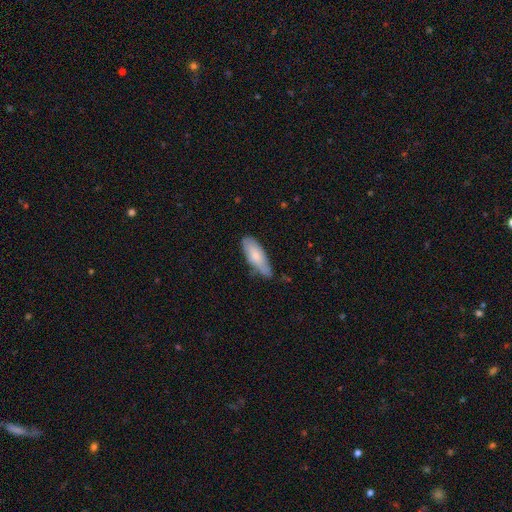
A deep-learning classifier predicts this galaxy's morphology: Smooth or featured?
  - smooth: 74% *
  - featured or disk: 20%
  - star or artifact: 6%
How rounded?
  - in between: 65% *
  - cigar-shaped: 33%
  - round: 2%
Merging?
  - none: 53% *
  - minor disturbance: 37%
  - major disturbance: 7%
  - merger: 3%